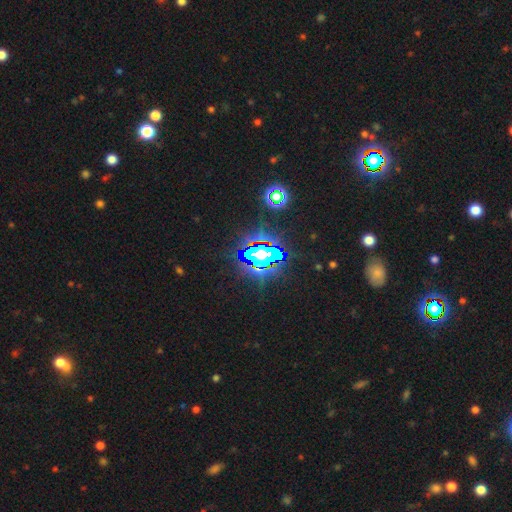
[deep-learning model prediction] Smooth or featured: star or artifact — 71% (smooth — 16%)